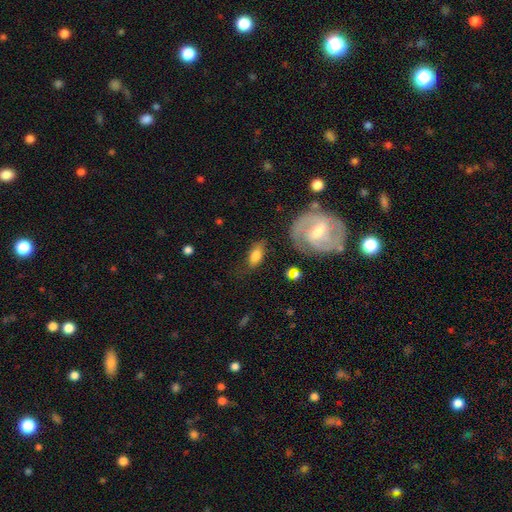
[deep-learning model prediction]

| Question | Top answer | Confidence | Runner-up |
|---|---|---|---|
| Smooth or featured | smooth | 65% | featured or disk (26%) |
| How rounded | in between | 85% | round (8%) |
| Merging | none | 65% | minor disturbance (20%) |